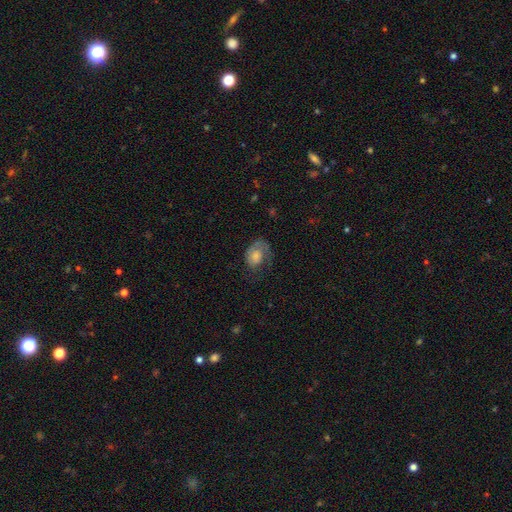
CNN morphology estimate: smooth-or-featured: smooth: 56% | featured or disk: 36% | star or artifact: 8%
  how-rounded: in between: 69% | round: 30% | cigar-shaped: 1%
  merging: none: 41% | major disturbance: 32% | minor disturbance: 26% | merger: 2%